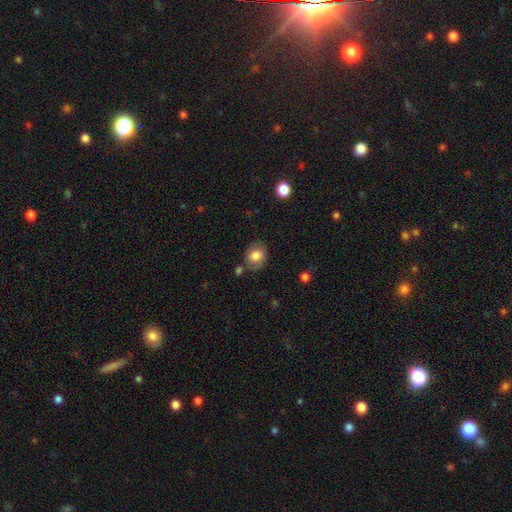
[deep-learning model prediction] Overall: smooth (76%). How rounded: in between (52%; round 47%). Merging: none (69%).